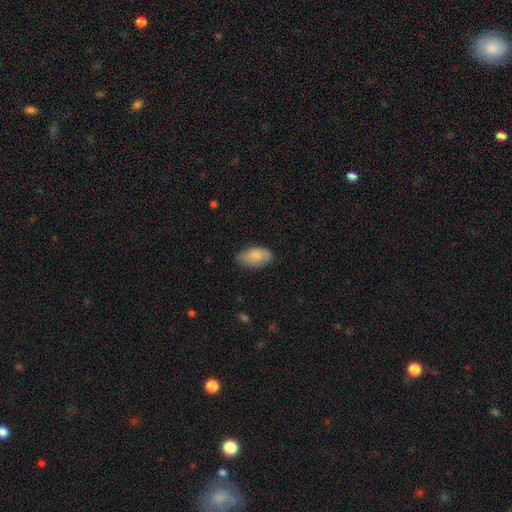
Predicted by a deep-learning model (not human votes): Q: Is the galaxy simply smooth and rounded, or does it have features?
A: smooth — 80%.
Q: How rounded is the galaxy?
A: in between — 94%.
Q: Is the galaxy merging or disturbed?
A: none — 72%.